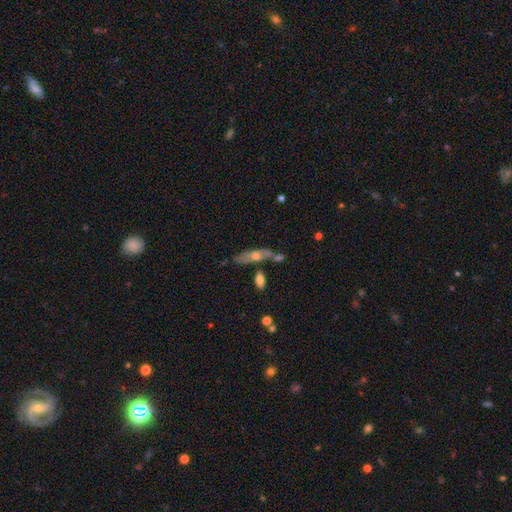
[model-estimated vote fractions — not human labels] The model was most divided on "smooth or featured": featured or disk: 49%, smooth: 42%, star or artifact: 8%. Remaining: merging — none (49%).